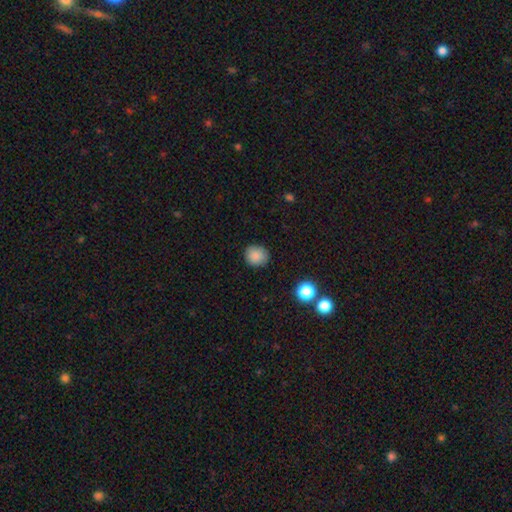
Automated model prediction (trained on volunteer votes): Smooth or featured? smooth (86%)
How rounded? round (83%)
Merging? none (89%)